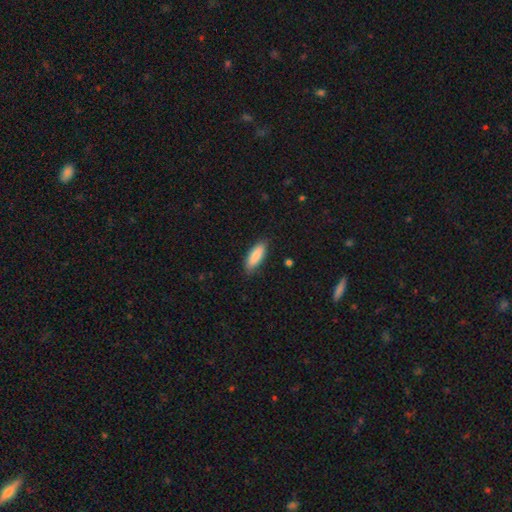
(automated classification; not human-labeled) A smooth galaxy with no disk features (87%) that is in between round and cigar-shaped (67%). Merging: none (84%).